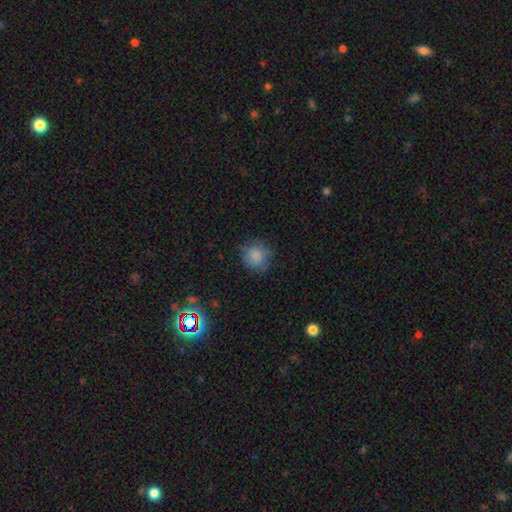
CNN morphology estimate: Smooth or featured? smooth (84%)
How rounded? round (89%)
Merging? none (77%)